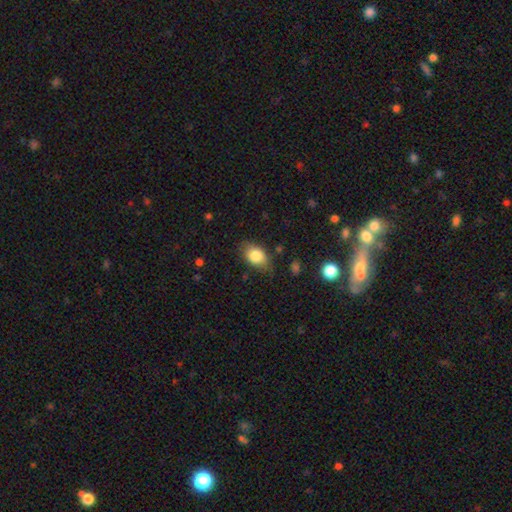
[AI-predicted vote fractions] Q: Smooth or featured?
A: smooth (82%); runner-up: featured or disk (10%)
Q: How rounded?
A: in between (83%); runner-up: round (16%)
Q: Merging?
A: none (68%); runner-up: minor disturbance (24%)